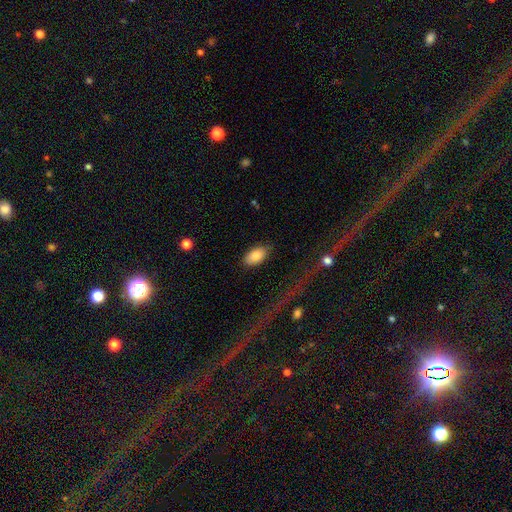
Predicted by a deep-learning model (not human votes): Smooth or featured: smooth — 85% (featured or disk — 9%)
How rounded: in between — 94% (round — 4%)
Merging: none — 81% (minor disturbance — 13%)